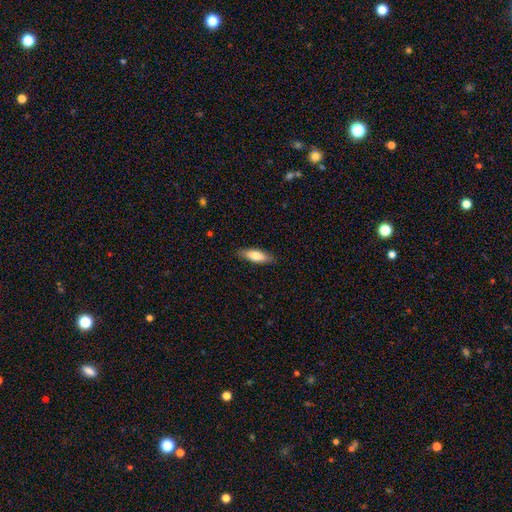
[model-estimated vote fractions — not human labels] smooth 74%, featured or disk 21%, star or artifact 6%. Down the decision tree: how rounded — in between (54%); merging — none (87%).